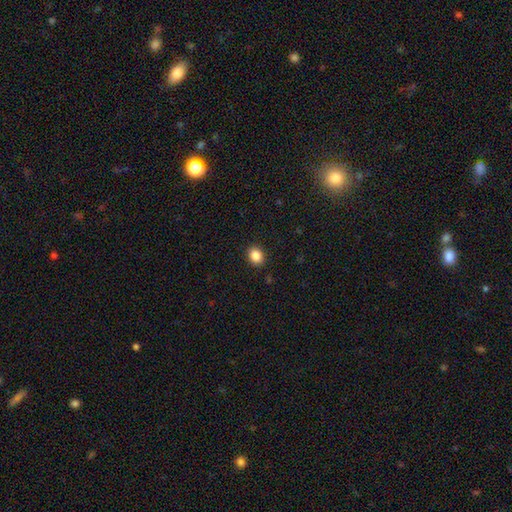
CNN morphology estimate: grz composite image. It shows a smooth galaxy with no disk features (86%) that is in between round and cigar-shaped (50%). Merging: none (90%).